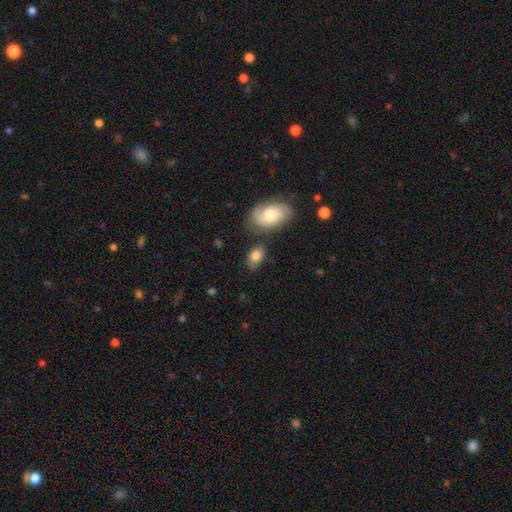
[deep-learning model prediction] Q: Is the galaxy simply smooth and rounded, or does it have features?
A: smooth — 73%.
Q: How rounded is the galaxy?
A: in between — 87%.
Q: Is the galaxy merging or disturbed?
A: none — 63%.